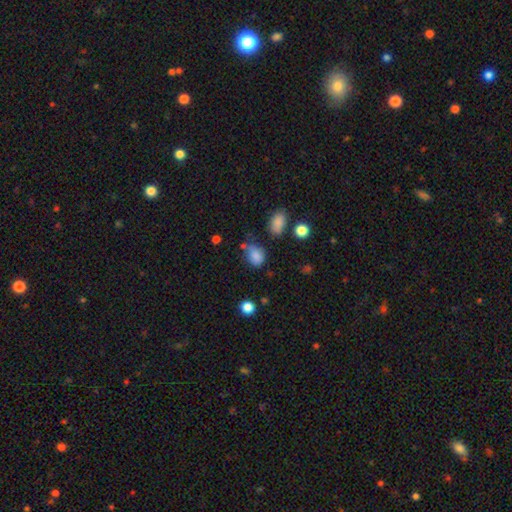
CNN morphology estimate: The model was most divided on "merging": none: 45%, minor disturbance: 31%, major disturbance: 13%, merger: 11%. More confident: smooth or featured — smooth (81%); how rounded — in between (66%).